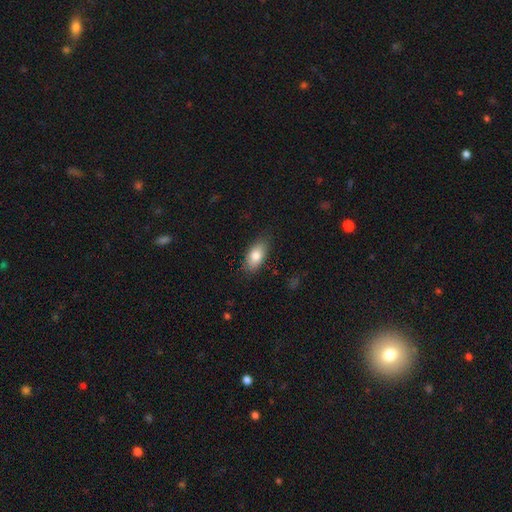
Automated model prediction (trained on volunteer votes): Smooth or featured: smooth — 80% (featured or disk — 13%)
How rounded: in between — 89% (cigar-shaped — 6%)
Merging: none — 81% (minor disturbance — 15%)